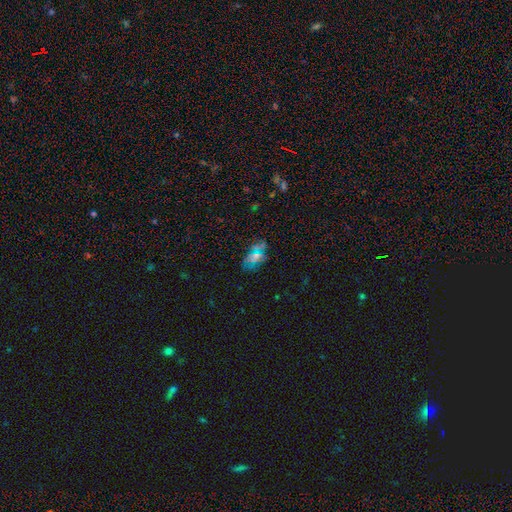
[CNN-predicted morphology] A smooth galaxy with no disk features (53%) that is in between round and cigar-shaped (86%). Merging: none (69%).